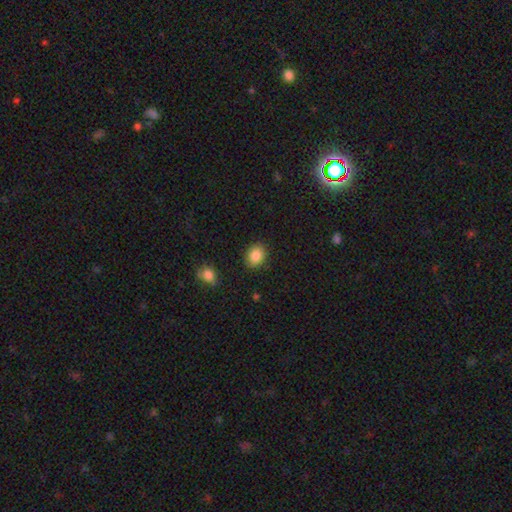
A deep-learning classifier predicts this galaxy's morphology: The model was most divided on "how rounded": in between: 55%, round: 44%, cigar-shaped: 1%. More confident: merging — none (87%); smooth or featured — smooth (87%).